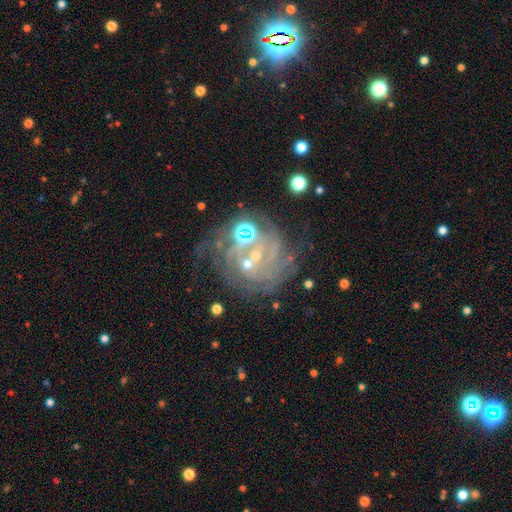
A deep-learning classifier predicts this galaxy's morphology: This is likely a featured or disk galaxy (74%). It is clearly not viewed edge-on (97%). Bar: possibly no (59%). Spiral arm pattern: clearly yes (86%). Spiral arm count: marginally can't tell (41%). Spiral winding: likely tight (64%). Central bulge: likely small (64%). Merging: possibly none (51%).